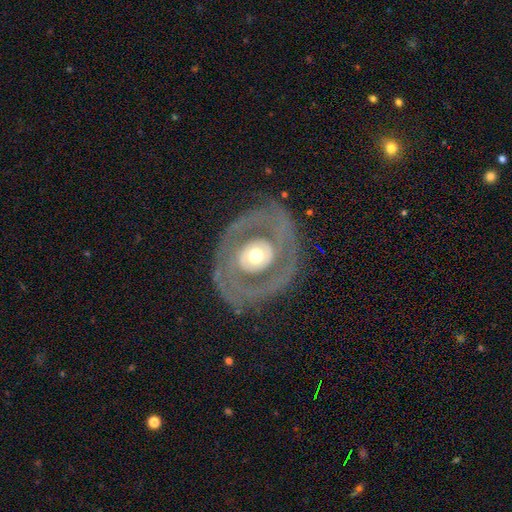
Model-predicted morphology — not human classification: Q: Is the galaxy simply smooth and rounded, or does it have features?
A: featured or disk — 71%.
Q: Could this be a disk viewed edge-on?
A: no — 95%.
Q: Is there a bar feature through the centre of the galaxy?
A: no — 81%.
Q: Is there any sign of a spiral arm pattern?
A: no — 60%.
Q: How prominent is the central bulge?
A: moderate — 63%.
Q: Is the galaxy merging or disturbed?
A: none — 78%.